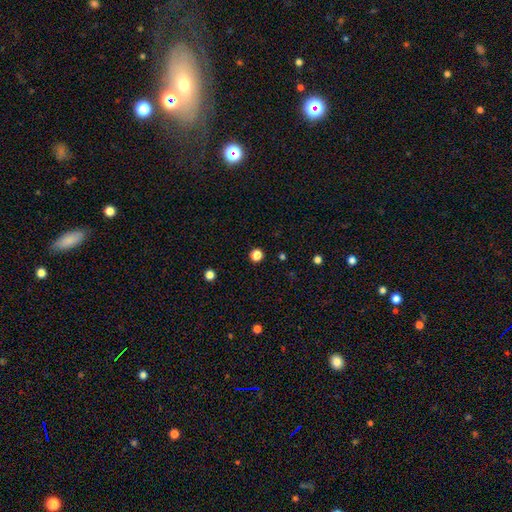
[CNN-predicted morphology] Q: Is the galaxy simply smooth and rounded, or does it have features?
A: smooth — 79%.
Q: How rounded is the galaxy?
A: round — 93%.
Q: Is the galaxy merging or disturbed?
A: none — 92%.